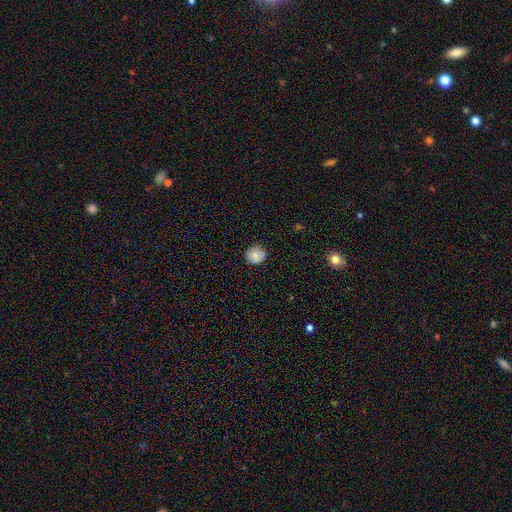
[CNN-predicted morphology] smooth 79%, featured or disk 12%, star or artifact 9%. Down the decision tree: how rounded — round (87%); merging — none (81%).